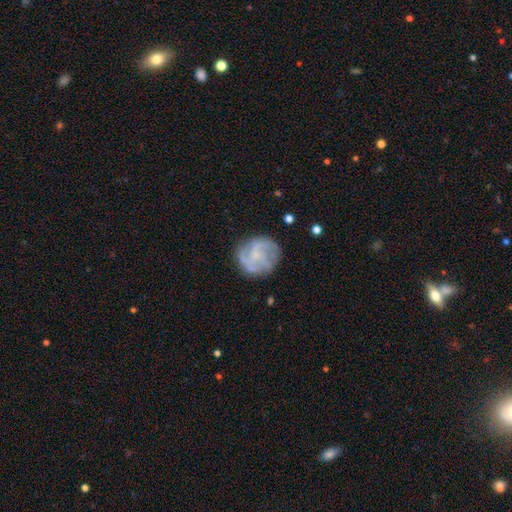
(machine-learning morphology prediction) Overall: featured or disk (67%). Edge-on disk: no (98%). Bar: no (63%; weak 31%). Spiral arms: yes (80%). Spiral arm count: can't tell (36%; 3 22%). Spiral winding: medium (41%; tight 36%). Bulge size: small (57%; none 26%). Merging: none (74%).